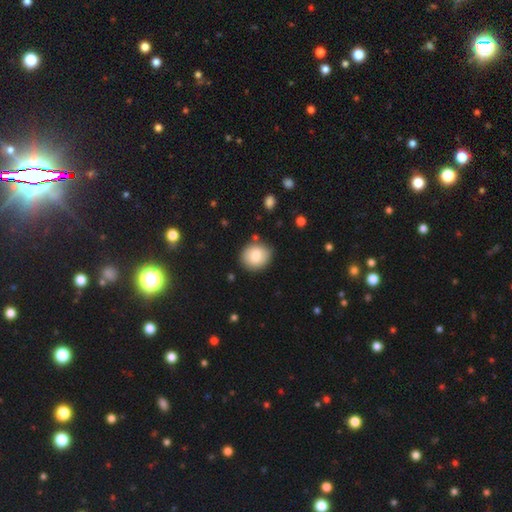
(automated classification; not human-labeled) Morphology: type=smooth (78%); roundness=round (75%); merging=none (84%).